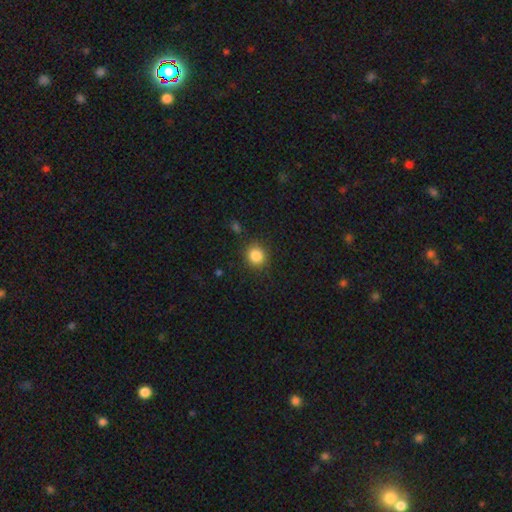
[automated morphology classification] This appears to be a smooth galaxy with no disk features (86%) that is round (84%). Merging: none (86%).